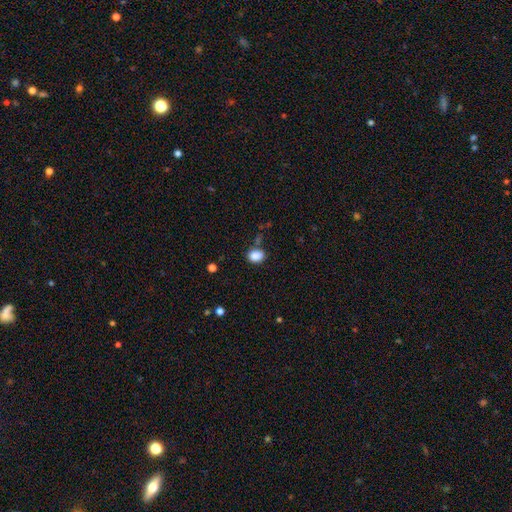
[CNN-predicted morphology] This is clearly a smooth galaxy (87%). How rounded: likely in between (65%). Merging: likely none (73%).